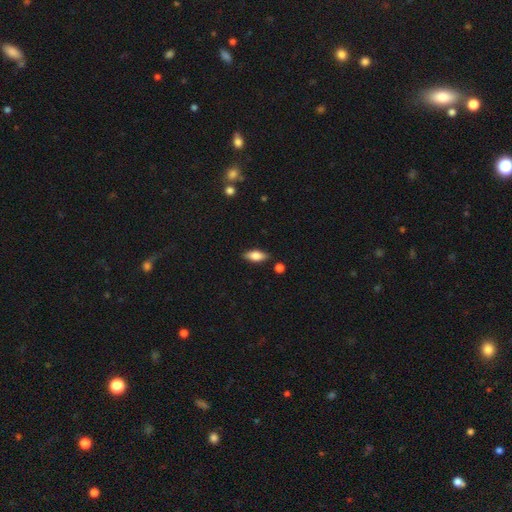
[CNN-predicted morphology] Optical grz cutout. It shows a smooth galaxy with no disk features (76%) that is in between round and cigar-shaped (81%). Merging: none (85%).